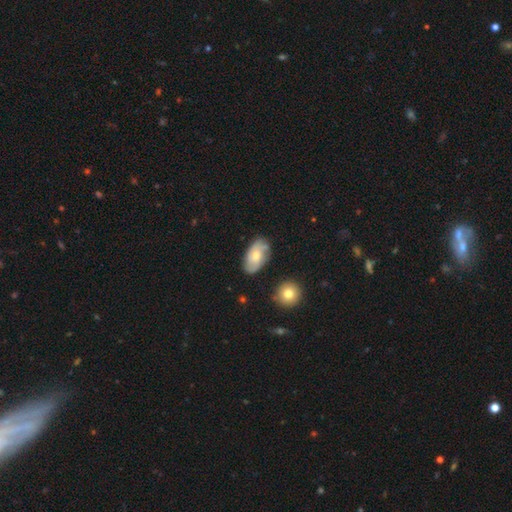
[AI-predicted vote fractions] This is possibly a featured or disk galaxy (49%). Merging: likely none (73%).